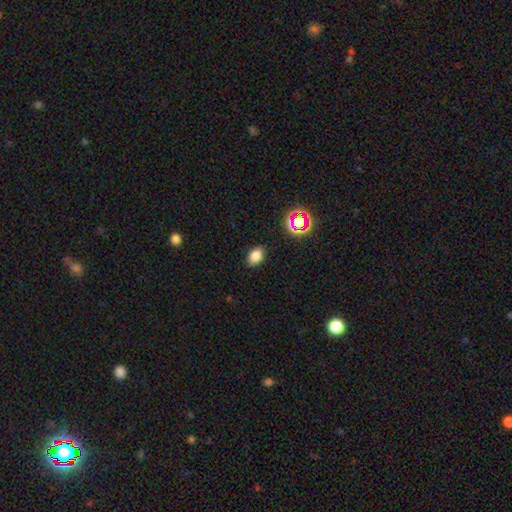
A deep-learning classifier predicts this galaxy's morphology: A smooth galaxy with no disk features (78%) that is in between round and cigar-shaped (84%). Merging: none (86%).